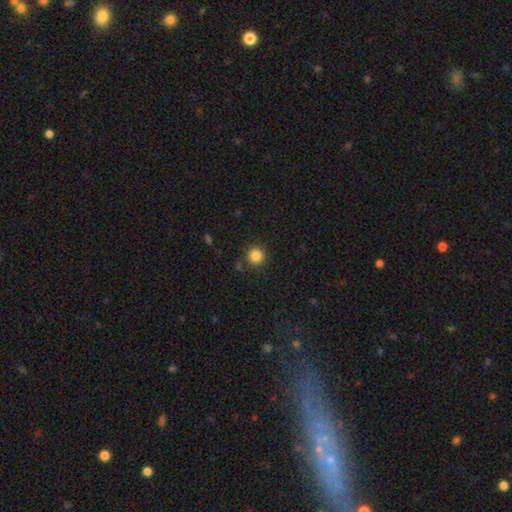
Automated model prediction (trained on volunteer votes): Smooth or featured? smooth (84%)
How rounded? round (94%)
Merging? none (86%)